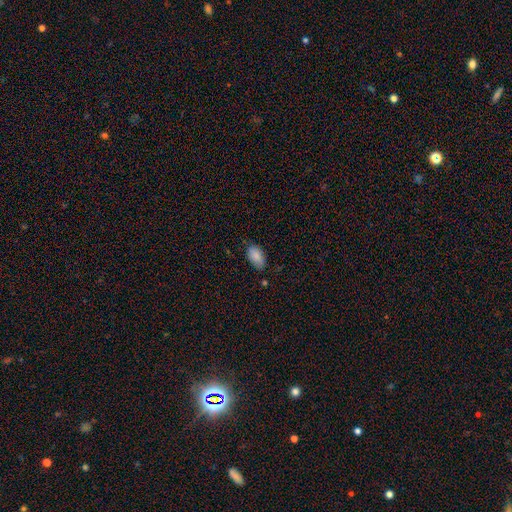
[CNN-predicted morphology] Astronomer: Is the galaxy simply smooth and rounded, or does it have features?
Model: smooth — 85%.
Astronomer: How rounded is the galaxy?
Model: in between — 94%.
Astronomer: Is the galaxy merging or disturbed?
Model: none — 70%.